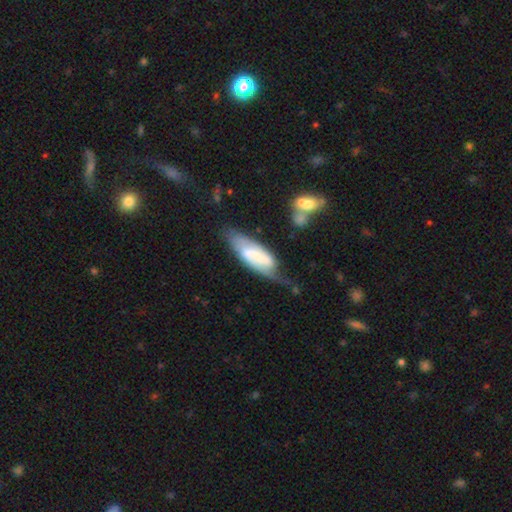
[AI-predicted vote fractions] Smooth or featured?
  - featured or disk: 57% *
  - smooth: 36%
  - star or artifact: 7%
Edge-on disk?
  - no: 84% *
  - yes: 16%
Merging?
  - none: 42% *
  - minor disturbance: 31%
  - major disturbance: 21%
  - merger: 7%